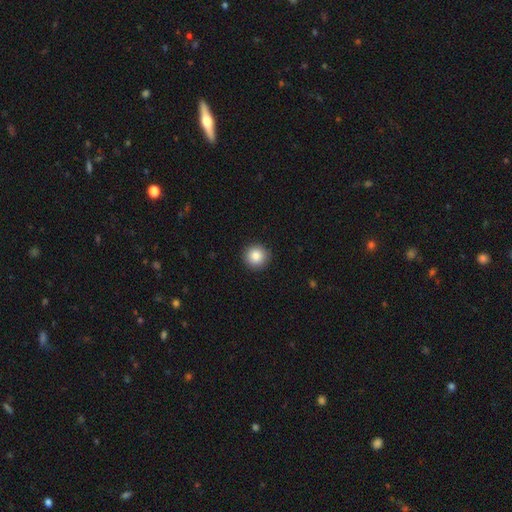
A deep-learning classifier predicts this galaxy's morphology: Q: Smooth or featured?
A: smooth (86%); runner-up: star or artifact (9%)
Q: How rounded?
A: round (94%); runner-up: in between (5%)
Q: Merging?
A: none (91%); runner-up: minor disturbance (6%)